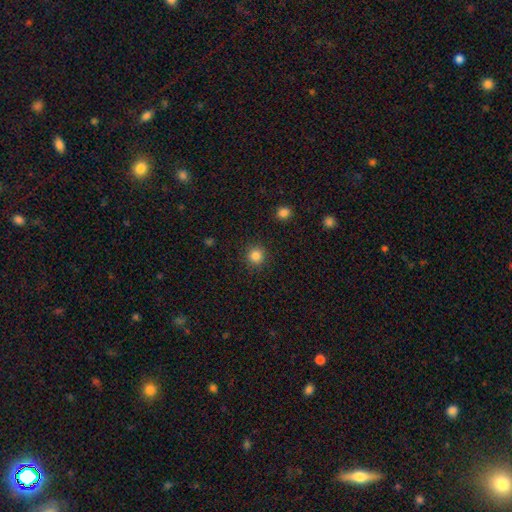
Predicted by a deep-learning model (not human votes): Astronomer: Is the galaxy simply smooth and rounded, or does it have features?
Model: smooth — 84%.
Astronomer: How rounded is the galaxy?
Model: round — 94%.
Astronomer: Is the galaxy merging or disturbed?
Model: none — 90%.